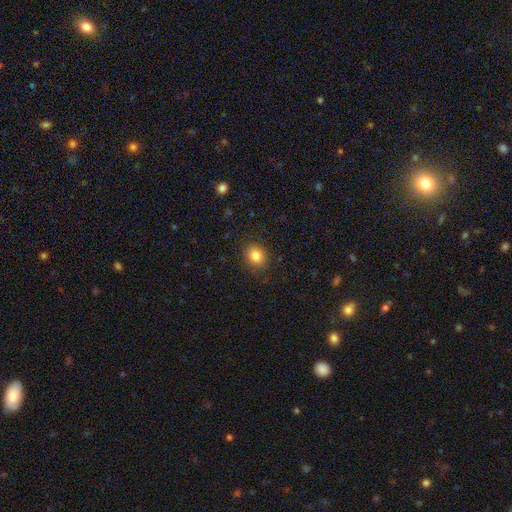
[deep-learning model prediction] Smooth or featured?
  - smooth: 83% *
  - star or artifact: 11%
  - featured or disk: 6%
How rounded?
  - round: 78% *
  - in between: 21%
  - cigar-shaped: 1%
Merging?
  - none: 88% *
  - minor disturbance: 8%
  - major disturbance: 2%
  - merger: 1%